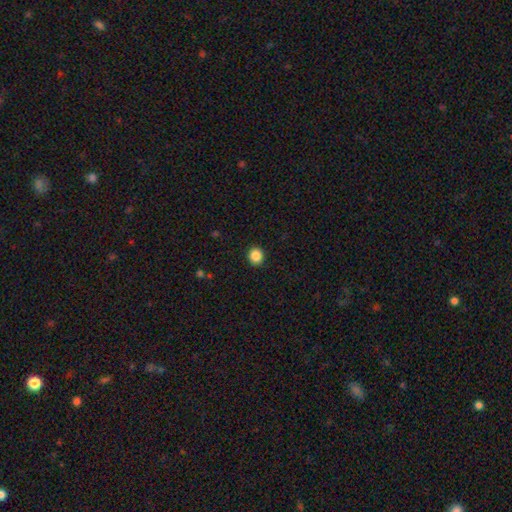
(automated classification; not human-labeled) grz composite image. It shows a smooth galaxy with no disk features (87%) that is round (89%). Merging: none (93%).